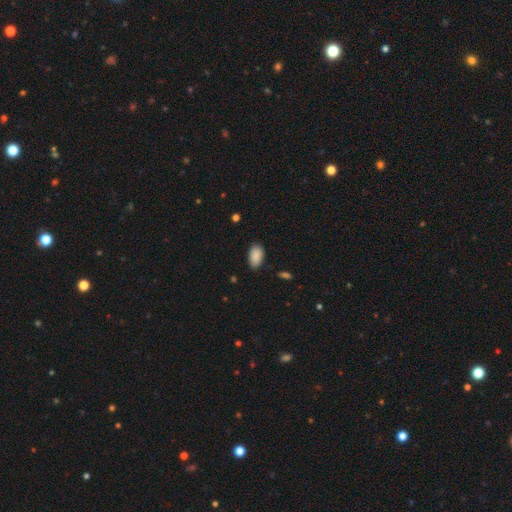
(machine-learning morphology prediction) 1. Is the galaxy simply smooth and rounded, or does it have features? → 90% smooth, 7% star or artifact, 3% featured or disk.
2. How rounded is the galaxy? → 94% in between, 4% round, 2% cigar-shaped.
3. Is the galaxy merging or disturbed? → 84% none, 12% minor disturbance, 3% major disturbance, 1% merger.